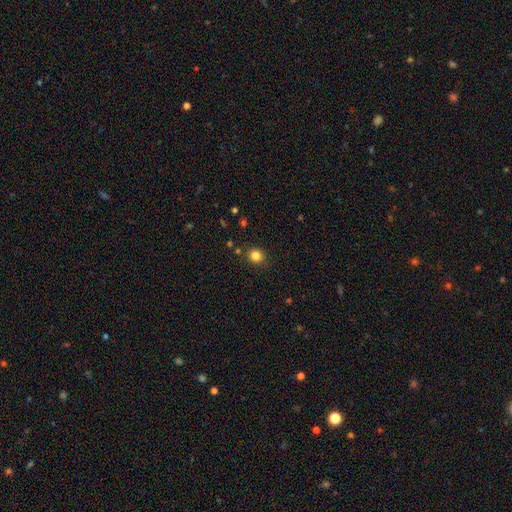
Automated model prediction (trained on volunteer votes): A smooth galaxy with no disk features (83%) that is round (85%). Merging: none (87%).